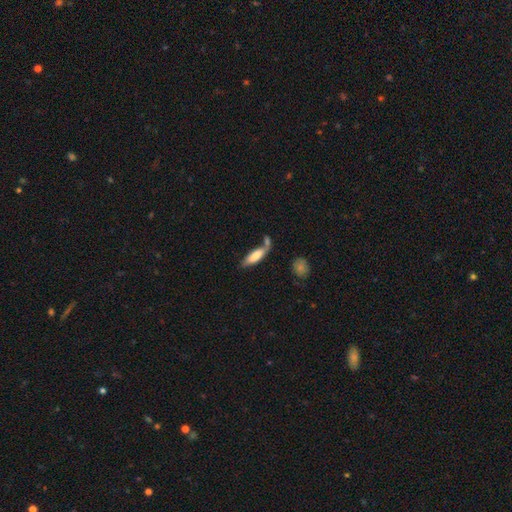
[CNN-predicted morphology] This appears to be a smooth galaxy with no disk features (75%) that is cigar-shaped (51%). Merging: none (46%).